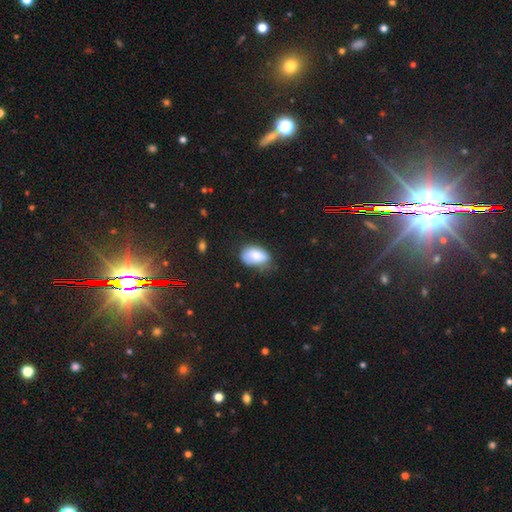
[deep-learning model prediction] A smooth galaxy with no disk features (79%) that is in between round and cigar-shaped (88%). Merging: none (50%).